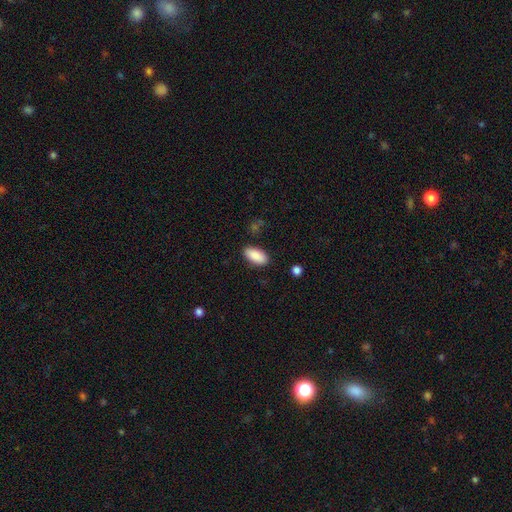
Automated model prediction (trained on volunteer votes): This appears to be a smooth galaxy with no disk features (89%) that is in between round and cigar-shaped (91%). Merging: none (86%).